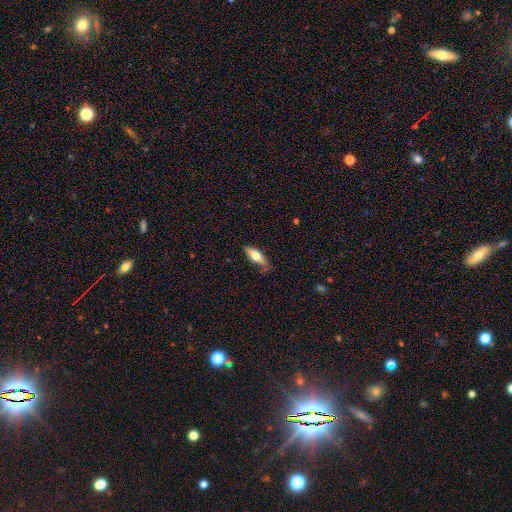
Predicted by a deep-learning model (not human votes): This appears to be a smooth galaxy with no disk features (59%) that is in between round and cigar-shaped (59%). Merging: none (68%).